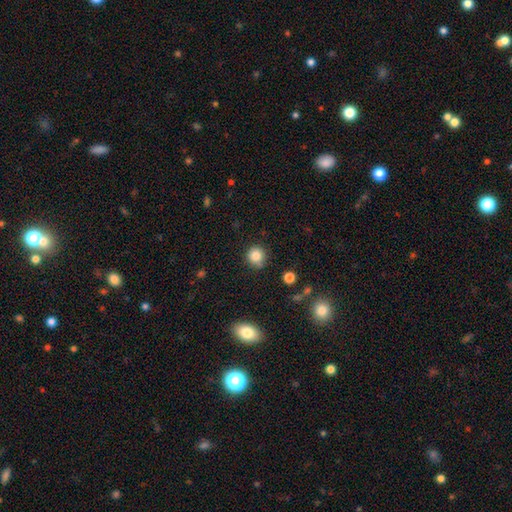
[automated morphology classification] smooth-or-featured: smooth: 84% | star or artifact: 11% | featured or disk: 5%
  how-rounded: round: 91% | in between: 8% | cigar-shaped: 1%
  merging: none: 80% | minor disturbance: 13% | merger: 4% | major disturbance: 3%